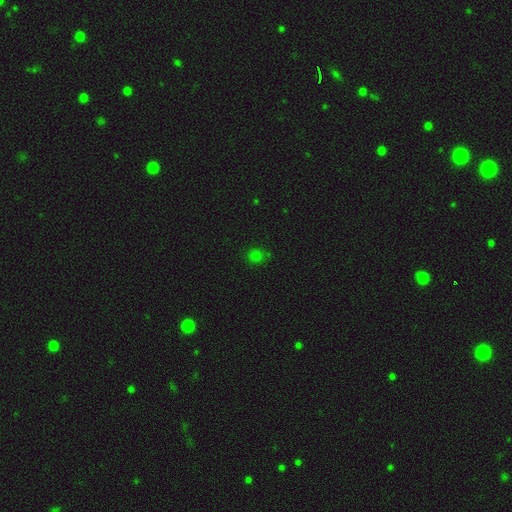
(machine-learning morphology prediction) smooth 72%, star or artifact 23%, featured or disk 5%. Down the decision tree: how rounded — round (84%); merging — none (82%).